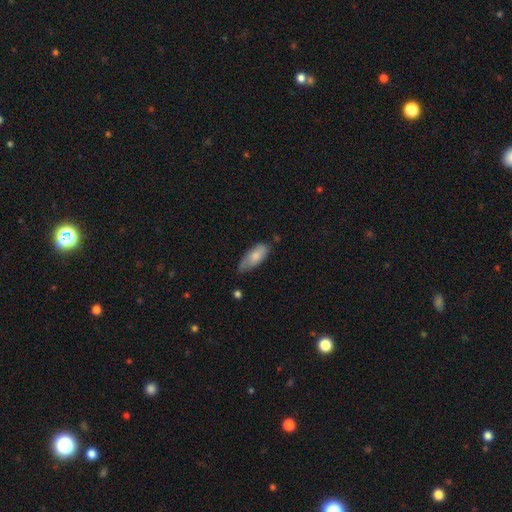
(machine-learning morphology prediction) Q: Smooth or featured?
A: smooth (77%); runner-up: featured or disk (17%)
Q: How rounded?
A: in between (81%); runner-up: cigar-shaped (17%)
Q: Merging?
A: none (58%); runner-up: minor disturbance (33%)